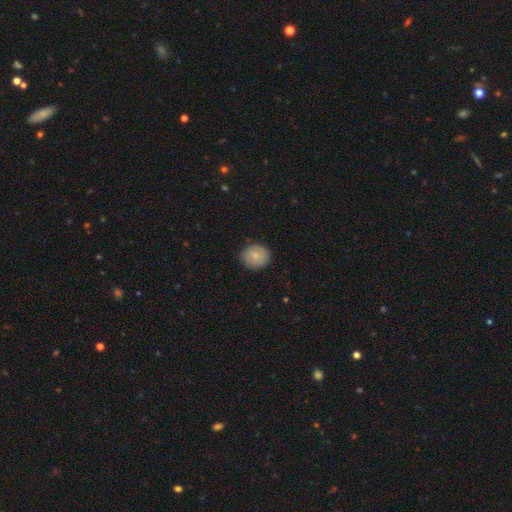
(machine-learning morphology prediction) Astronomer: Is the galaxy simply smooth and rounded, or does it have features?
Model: smooth — 81%.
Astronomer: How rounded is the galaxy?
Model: round — 81%.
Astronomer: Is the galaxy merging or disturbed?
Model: none — 86%.